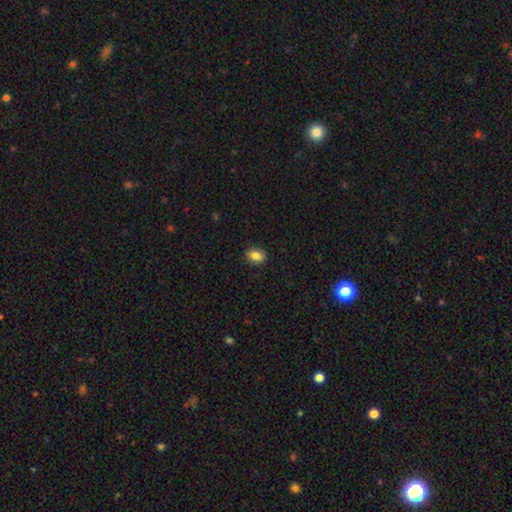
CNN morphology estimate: Smooth or featured: smooth — 81% (featured or disk — 10%)
How rounded: in between — 79% (round — 19%)
Merging: none — 85% (minor disturbance — 11%)